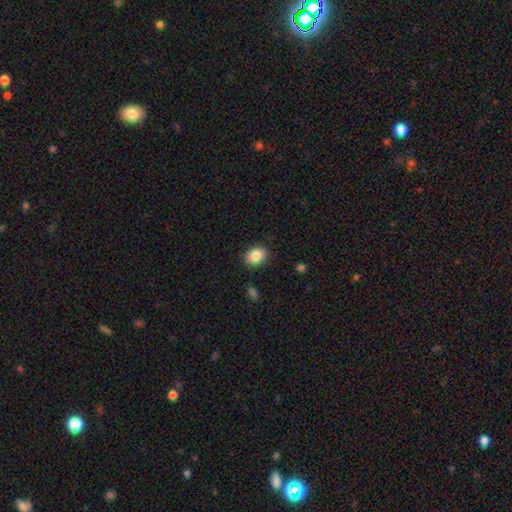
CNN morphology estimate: A smooth galaxy with no disk features (86%) that is in between round and cigar-shaped (64%).

Vote fractions:
- Smooth or featured? smooth: 86% / star or artifact: 8% / featured or disk: 6%
- How rounded? in between: 64% / round: 35% / cigar-shaped: 1%
- Merging? none: 87% / minor disturbance: 9% / major disturbance: 2% / merger: 1%